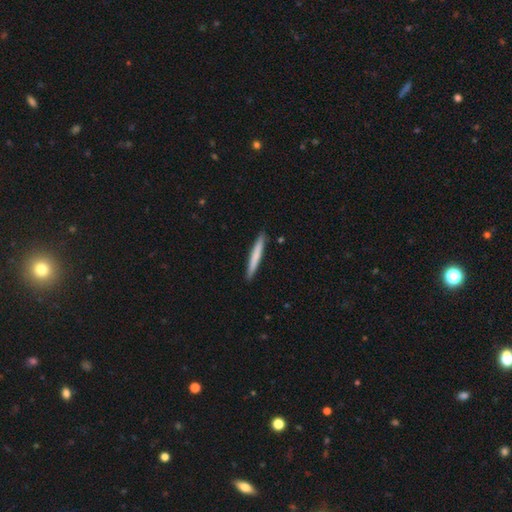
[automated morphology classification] smooth 71%, featured or disk 24%, star or artifact 5%. Down the decision tree: how rounded — cigar-shaped (96%); merging — none (91%).